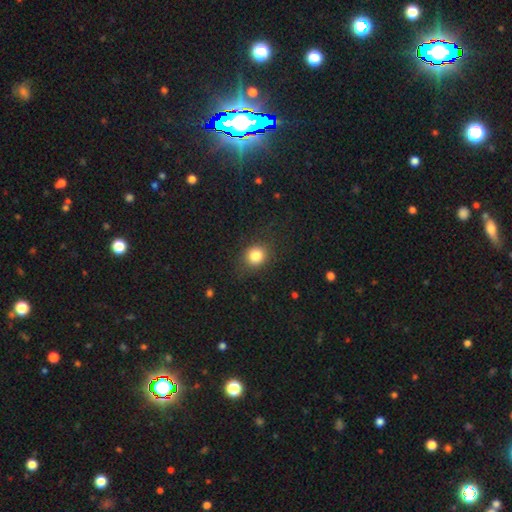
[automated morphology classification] A smooth galaxy with no disk features (83%) that is round (77%).

Vote fractions:
- Smooth or featured? smooth: 83% / star or artifact: 11% / featured or disk: 6%
- How rounded? round: 77% / in between: 22% / cigar-shaped: 1%
- Merging? none: 83% / minor disturbance: 12% / major disturbance: 5% / merger: 1%